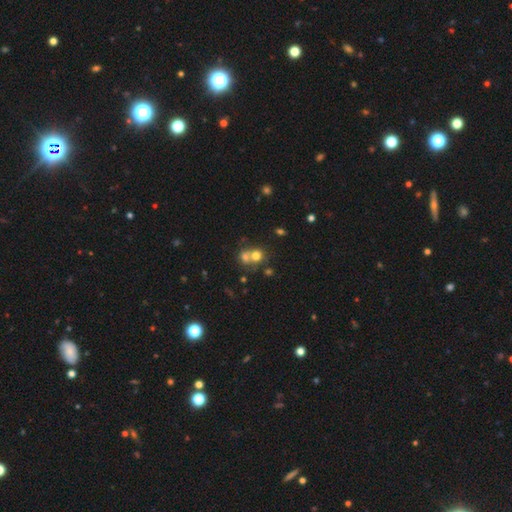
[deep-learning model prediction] Smooth or featured? Predicted: smooth (p=0.66). How rounded? Predicted: round (p=0.79). Merging? Predicted: merger (p=0.55).